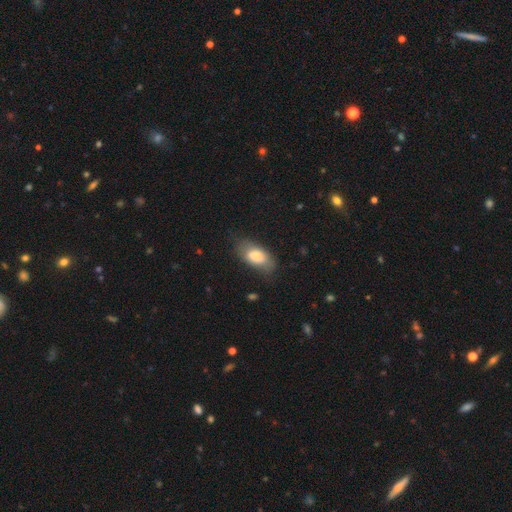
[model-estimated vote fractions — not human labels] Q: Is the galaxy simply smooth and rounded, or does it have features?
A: smooth — 76%.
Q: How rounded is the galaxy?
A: in between — 90%.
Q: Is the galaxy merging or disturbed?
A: none — 67%.